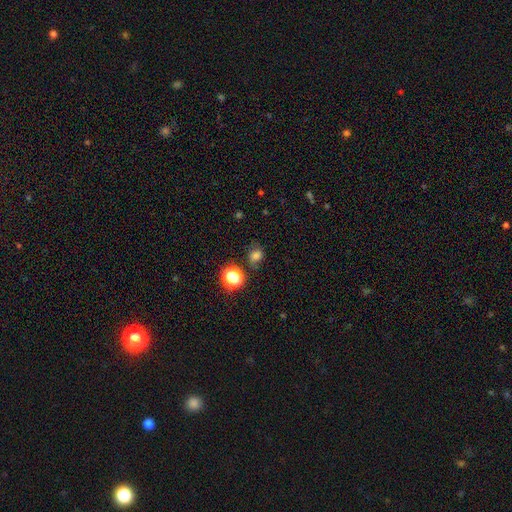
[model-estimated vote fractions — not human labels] Smooth or featured? Predicted: smooth (p=0.69). How rounded? Predicted: round (p=0.61). Merging? Predicted: none (p=0.66).